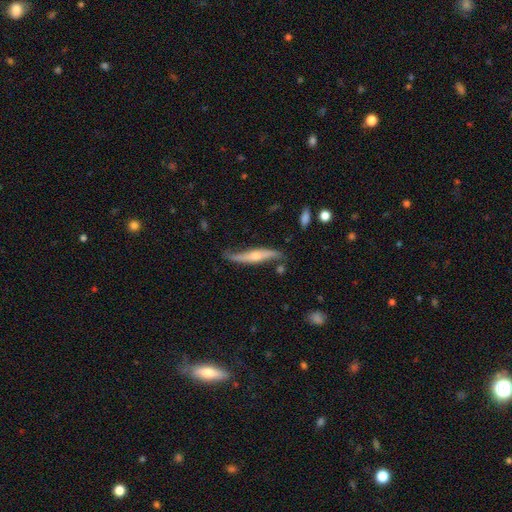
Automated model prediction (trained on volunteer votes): Smooth or featured? featured or disk (74%)
Edge-on disk? yes (72%)
Edge-on bulge? rounded (86%)
Merging? none (65%)